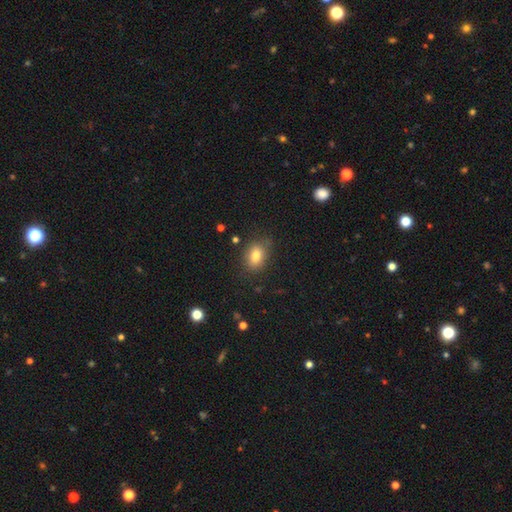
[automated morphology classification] A smooth galaxy with no disk features (80%) that is in between round and cigar-shaped (74%). Merging: none (79%).